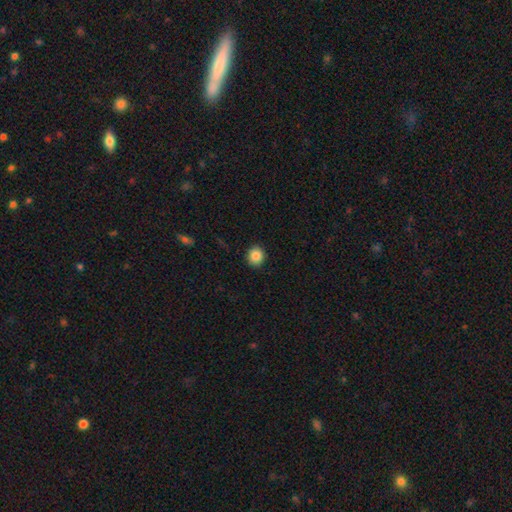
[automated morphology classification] Smooth or featured? smooth (86%)
How rounded? round (83%)
Merging? none (92%)